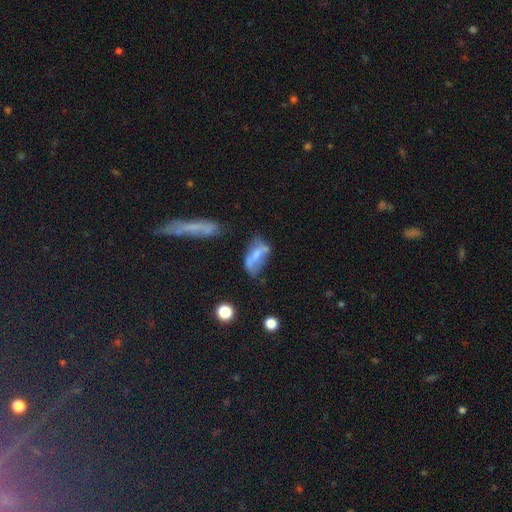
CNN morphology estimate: Smooth or featured?
  - smooth: 48% *
  - featured or disk: 43%
  - star or artifact: 10%
Merging?
  - none: 36% *
  - minor disturbance: 27%
  - major disturbance: 22%
  - merger: 15%